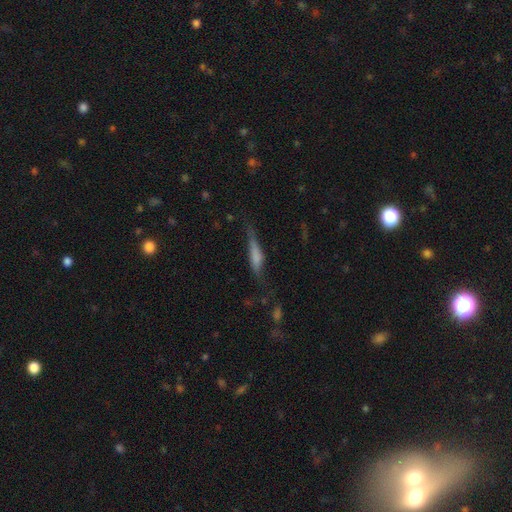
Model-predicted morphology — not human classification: Q: Smooth or featured?
A: smooth (55%); runner-up: featured or disk (36%)
Q: How rounded?
A: cigar-shaped (78%); runner-up: in between (19%)
Q: Merging?
A: none (50%); runner-up: minor disturbance (29%)